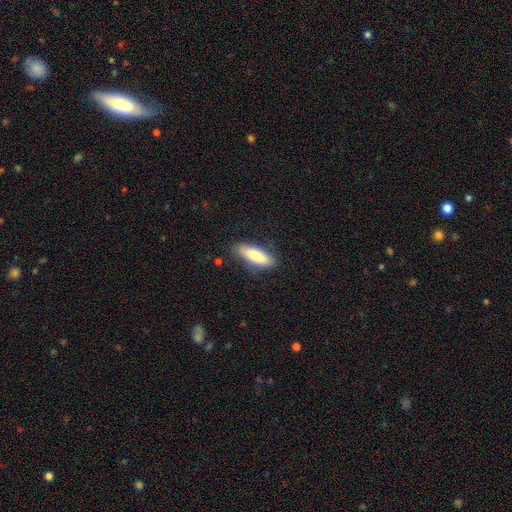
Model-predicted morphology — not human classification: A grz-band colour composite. It shows a smooth galaxy with no disk features (81%) that is in between round and cigar-shaped (56%). Merging: none (81%).